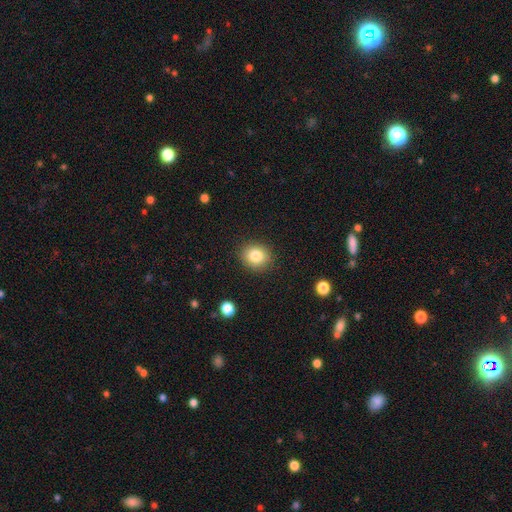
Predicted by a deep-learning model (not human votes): Smooth or featured: smooth — 82% (star or artifact — 10%)
How rounded: round — 77% (in between — 22%)
Merging: none — 89% (minor disturbance — 7%)